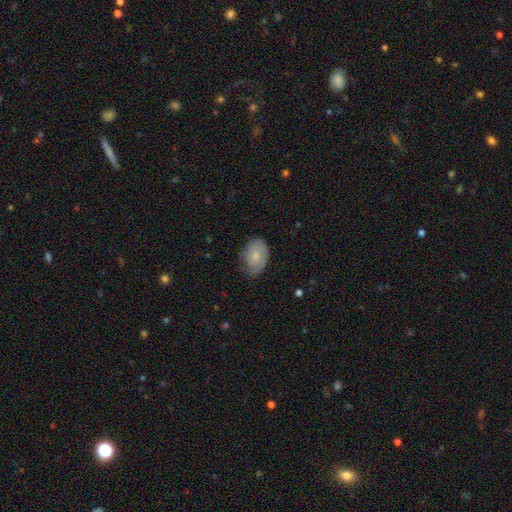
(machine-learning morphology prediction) smooth 70%, featured or disk 24%, star or artifact 7%. Down the decision tree: how rounded — in between (79%); merging — none (63%).